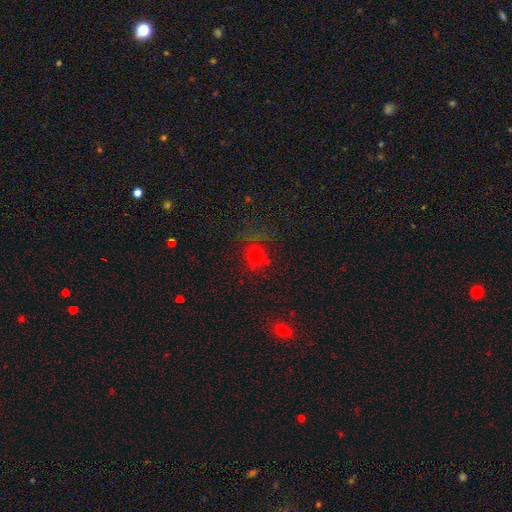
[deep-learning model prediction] This is likely a smooth galaxy (68%). How rounded: clearly round (84%). Merging: likely none (68%).